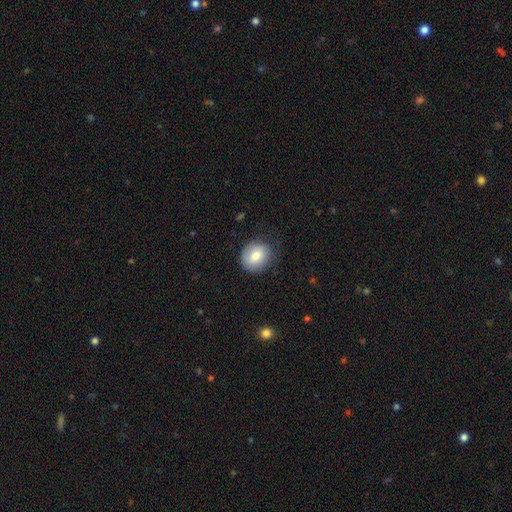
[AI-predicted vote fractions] smooth_or_featured: smooth (p=0.78) [alt: featured or disk p=0.14]
how_rounded: round (p=0.66) [alt: in between p=0.33]
merging: none (p=0.74) [alt: minor disturbance p=0.19]